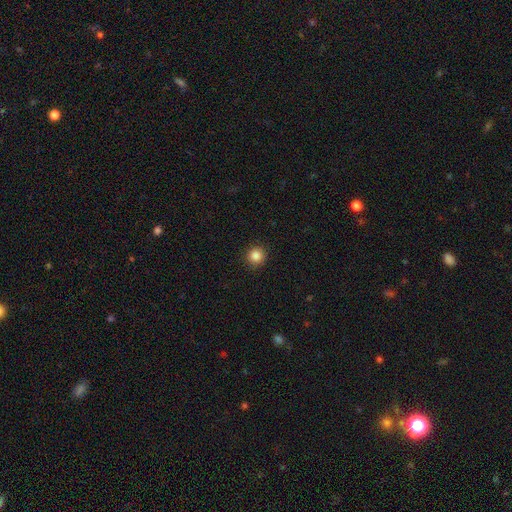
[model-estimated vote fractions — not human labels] This appears to be a smooth galaxy with no disk features (86%) that is round (94%). Merging: none (92%).